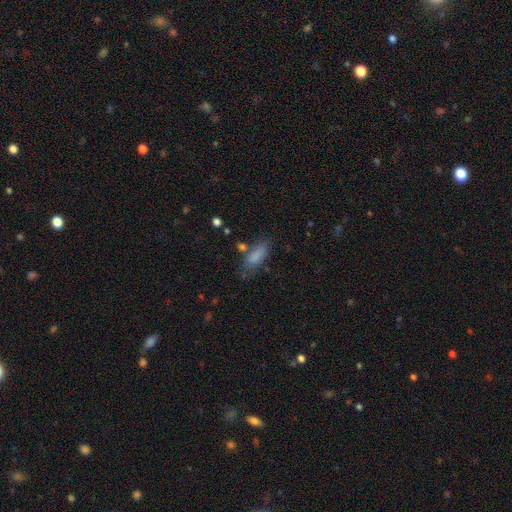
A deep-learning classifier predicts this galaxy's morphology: A smooth galaxy with no disk features (83%) that is in between round and cigar-shaped (71%).

Vote fractions:
- Smooth or featured? smooth: 83% / star or artifact: 9% / featured or disk: 8%
- How rounded? in between: 71% / cigar-shaped: 26% / round: 3%
- Merging? none: 65% / minor disturbance: 20% / merger: 7% / major disturbance: 7%